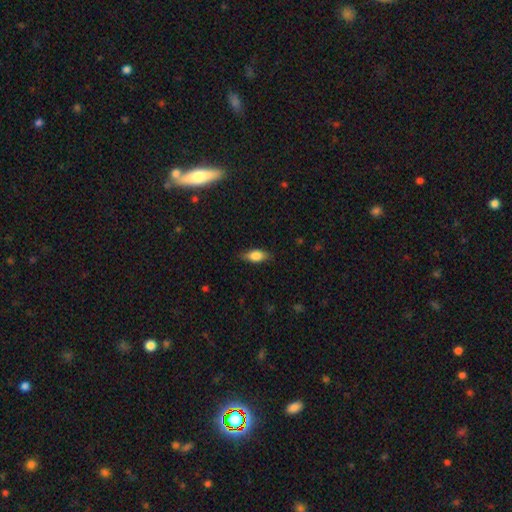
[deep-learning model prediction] smooth_or_featured: smooth (p=0.75) [alt: featured or disk p=0.17]
how_rounded: in between (p=0.80) [alt: cigar-shaped p=0.15]
merging: none (p=0.83) [alt: minor disturbance p=0.13]